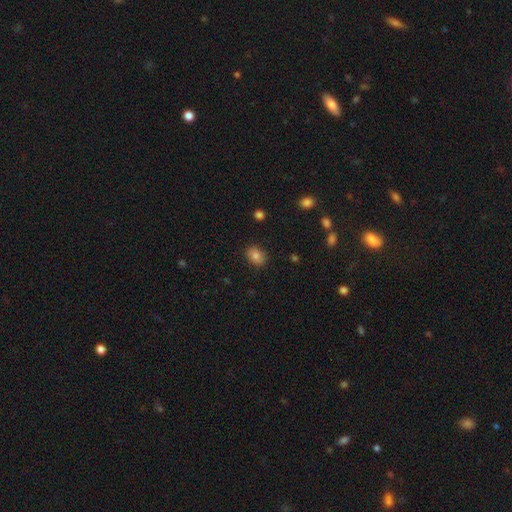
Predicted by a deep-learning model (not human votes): Smooth or featured: smooth — 83% (star or artifact — 10%)
How rounded: in between — 61% (round — 37%)
Merging: none — 86% (minor disturbance — 10%)